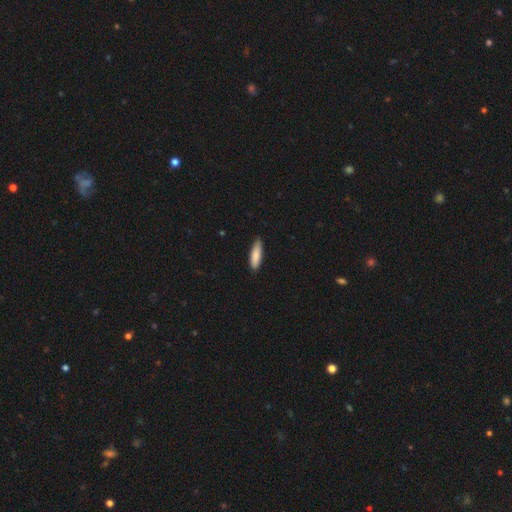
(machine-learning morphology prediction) Smooth or featured: smooth — 85% (featured or disk — 9%)
How rounded: cigar-shaped — 58% (in between — 41%)
Merging: none — 84% (minor disturbance — 13%)